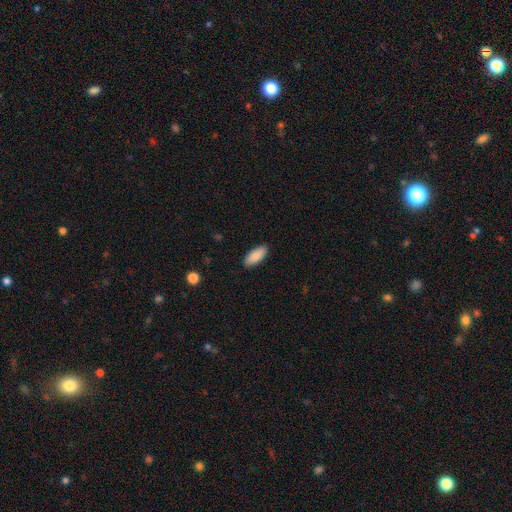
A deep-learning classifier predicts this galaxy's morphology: A smooth galaxy with no disk features (89%) that is in between round and cigar-shaped (82%).

Vote fractions:
- Smooth or featured? smooth: 89% / star or artifact: 6% / featured or disk: 5%
- How rounded? in between: 82% / cigar-shaped: 16% / round: 2%
- Merging? none: 89% / minor disturbance: 8% / major disturbance: 2% / merger: 1%